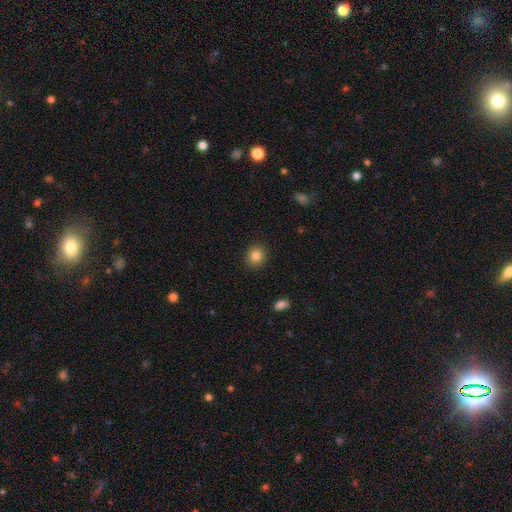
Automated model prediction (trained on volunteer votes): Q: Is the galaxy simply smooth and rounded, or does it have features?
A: smooth — 85%.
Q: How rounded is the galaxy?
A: round — 84%.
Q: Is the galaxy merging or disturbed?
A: none — 90%.